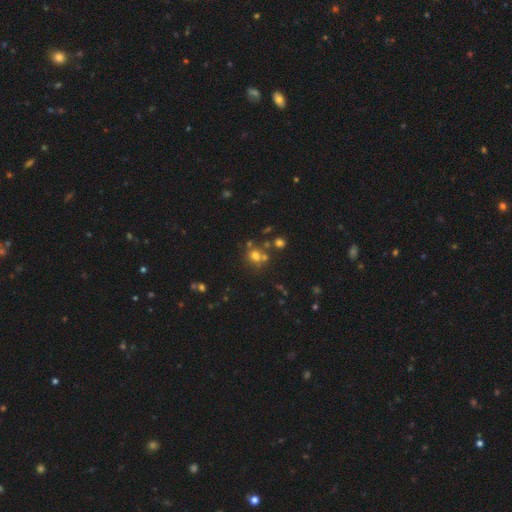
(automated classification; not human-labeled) Smooth or featured: smooth — 62% (star or artifact — 24%)
How rounded: round — 82% (in between — 17%)
Merging: none — 59% (merger — 26%)